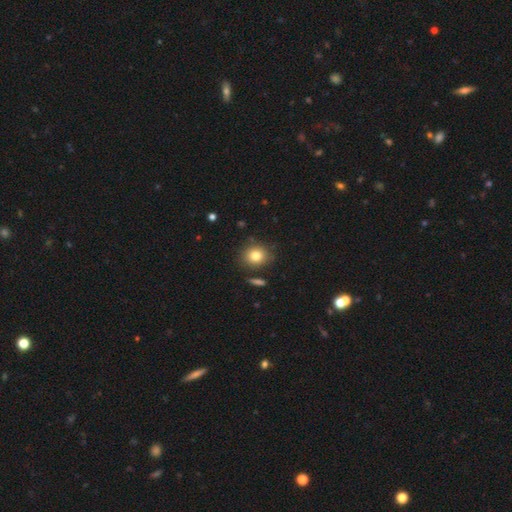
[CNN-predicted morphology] A smooth galaxy with no disk features (81%) that is round (71%).

Vote fractions:
- Smooth or featured? smooth: 81% / star or artifact: 10% / featured or disk: 9%
- How rounded? round: 71% / in between: 28% / cigar-shaped: 1%
- Merging? none: 81% / minor disturbance: 11% / merger: 4% / major disturbance: 3%